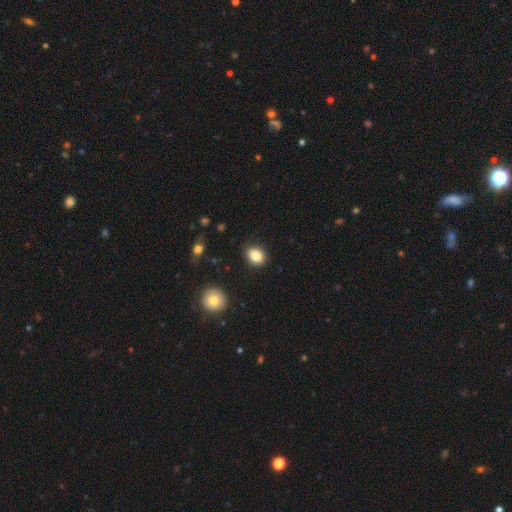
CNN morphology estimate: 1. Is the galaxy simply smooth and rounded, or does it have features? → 85% smooth, 9% star or artifact, 6% featured or disk.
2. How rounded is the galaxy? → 52% round, 47% in between, 1% cigar-shaped.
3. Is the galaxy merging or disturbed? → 89% none, 8% minor disturbance, 2% major disturbance, 1% merger.